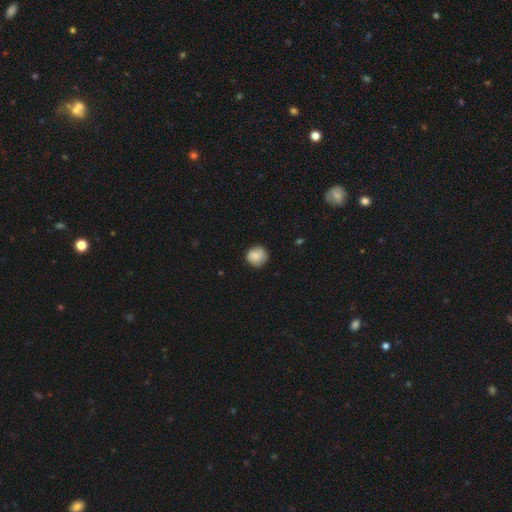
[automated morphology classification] type=smooth (81%); roundness=round (88%); merging=none (77%).